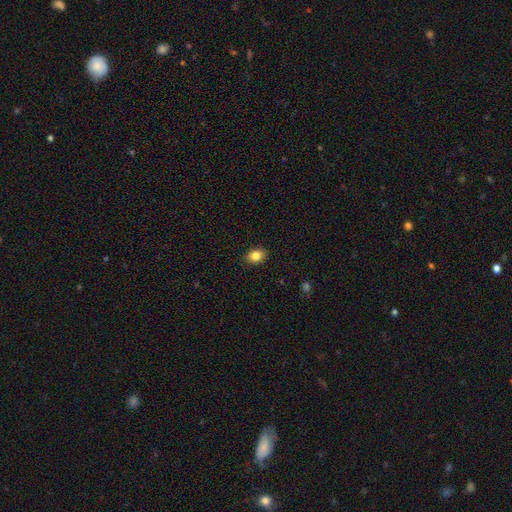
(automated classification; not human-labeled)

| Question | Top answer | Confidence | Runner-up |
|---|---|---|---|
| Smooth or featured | smooth | 83% | star or artifact (10%) |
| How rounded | in between | 56% | round (43%) |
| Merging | none | 90% | minor disturbance (8%) |